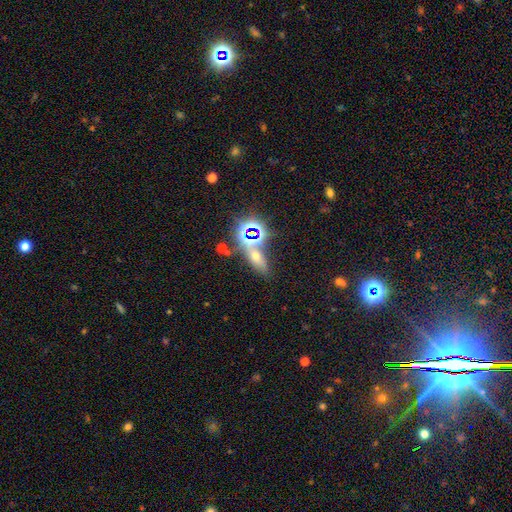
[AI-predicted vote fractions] Smooth or featured? star or artifact (42%)